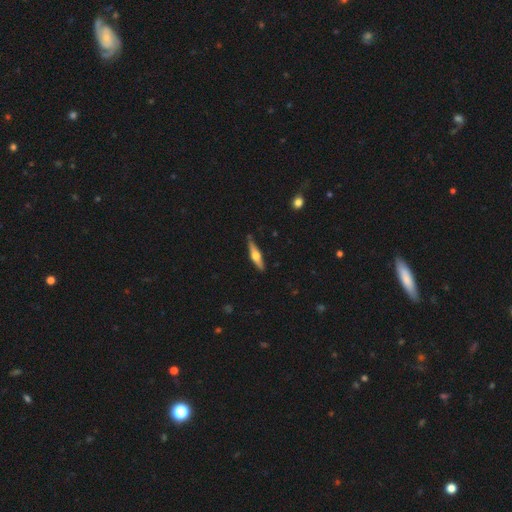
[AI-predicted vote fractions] Smooth or featured? Predicted: featured or disk (p=0.65). Edge-on disk? Predicted: yes (p=0.96). Edge-on bulge? Predicted: rounded (p=0.94). Merging? Predicted: none (p=0.85).